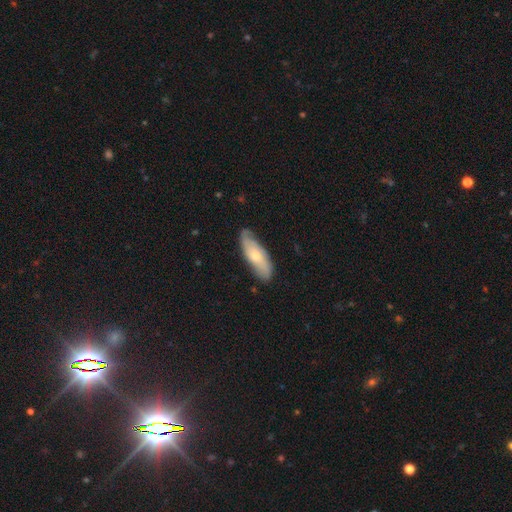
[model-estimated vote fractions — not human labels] This appears to be a smooth galaxy with no disk features (50%) that is in between round and cigar-shaped (59%). Merging: none (72%).